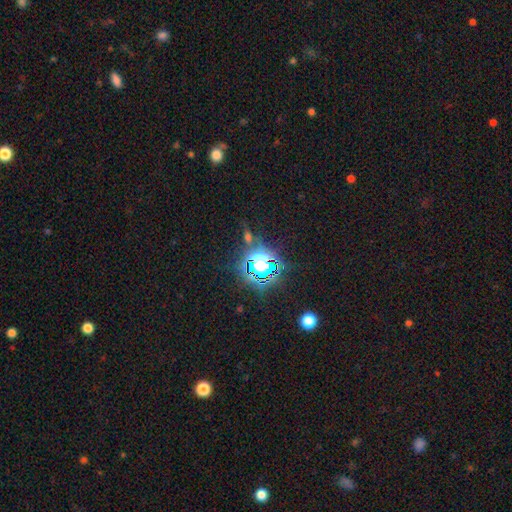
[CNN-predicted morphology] type=star or artifact (82%).